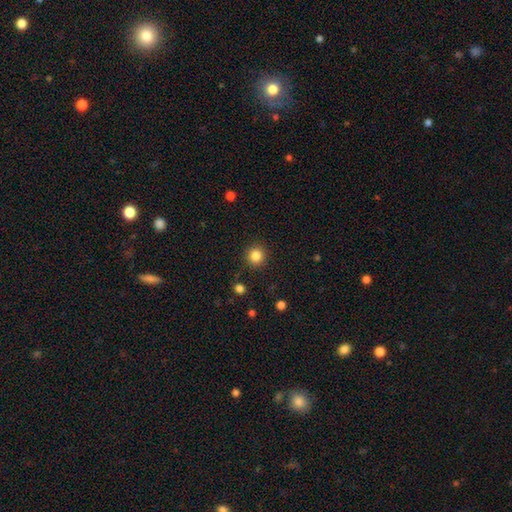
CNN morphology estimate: Overall: smooth (84%). How rounded: round (93%). Merging: none (90%).